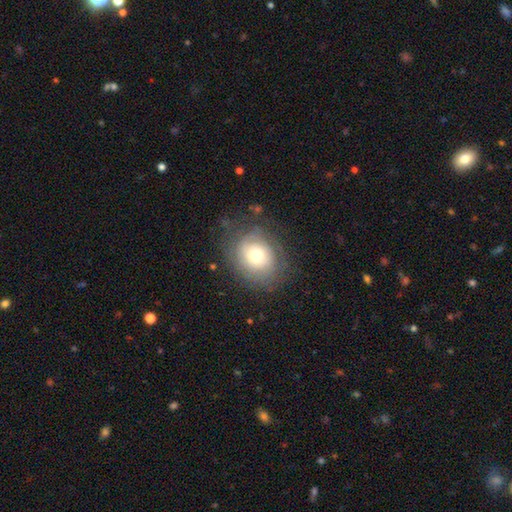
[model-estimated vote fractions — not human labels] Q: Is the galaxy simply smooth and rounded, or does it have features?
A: smooth — 49%.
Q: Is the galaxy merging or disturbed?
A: none — 70%.